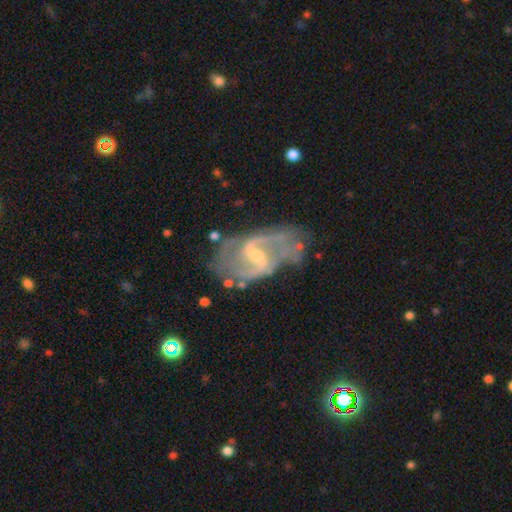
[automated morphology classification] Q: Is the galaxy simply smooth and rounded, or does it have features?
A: featured or disk — 91%.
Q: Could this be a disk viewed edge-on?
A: no — 97%.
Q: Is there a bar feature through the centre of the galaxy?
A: weak — 59%.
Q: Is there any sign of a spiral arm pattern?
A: yes — 97%.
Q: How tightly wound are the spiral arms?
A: medium — 51%.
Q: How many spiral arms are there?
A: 2 — 89%.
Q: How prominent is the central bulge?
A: small — 59%.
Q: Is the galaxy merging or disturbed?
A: none — 62%.